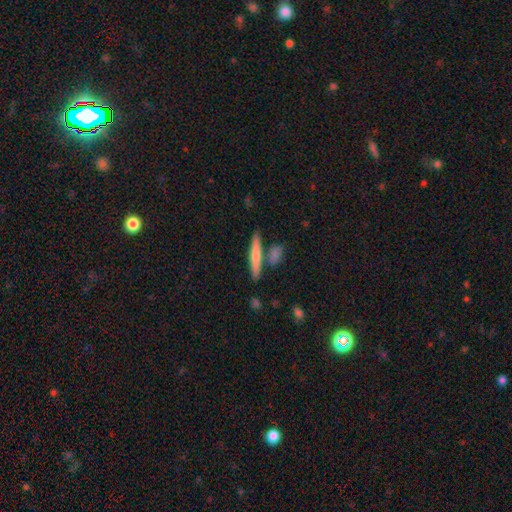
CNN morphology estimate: Smooth or featured: smooth — 65% (featured or disk — 29%)
How rounded: cigar-shaped — 89% (in between — 8%)
Merging: none — 76% (merger — 13%)